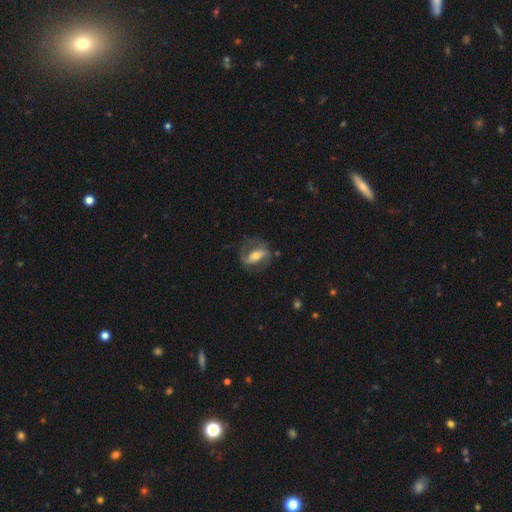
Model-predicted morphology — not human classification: A featured or disk galaxy (71%) with a strong bar (56%), spiral arms (76%) and a moderate central bulge (61%).

Vote fractions:
- Smooth or featured? featured or disk: 71% / smooth: 23% / star or artifact: 6%
- Edge-on disk? no: 89% / yes: 11%
- Bar? strong: 56% / weak: 26% / no: 18%
- Spiral arms? yes: 76% / no: 24%
- Bulge size? moderate: 61% / small: 27% / large: 9% / none: 2% / dominant: 1%
- Merging? none: 66% / minor disturbance: 18% / major disturbance: 14% / merger: 2%